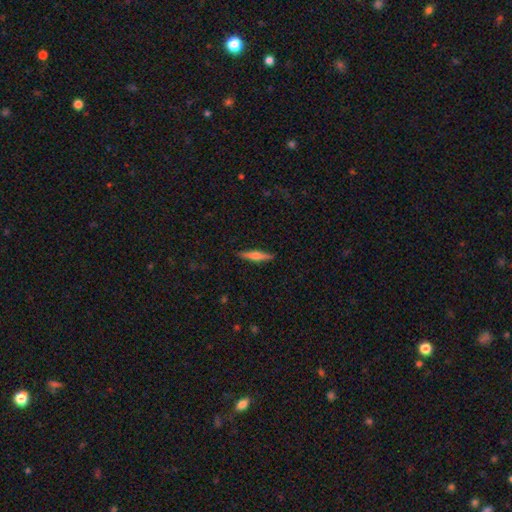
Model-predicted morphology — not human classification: This appears to be a smooth galaxy with no disk features (47%, tied with featured or disk). Merging: none (89%).